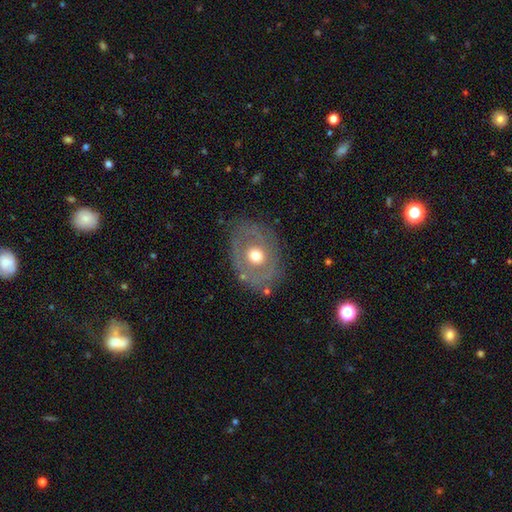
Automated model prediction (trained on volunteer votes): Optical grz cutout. It shows a featured or disk galaxy (50%). Merging: none (76%).